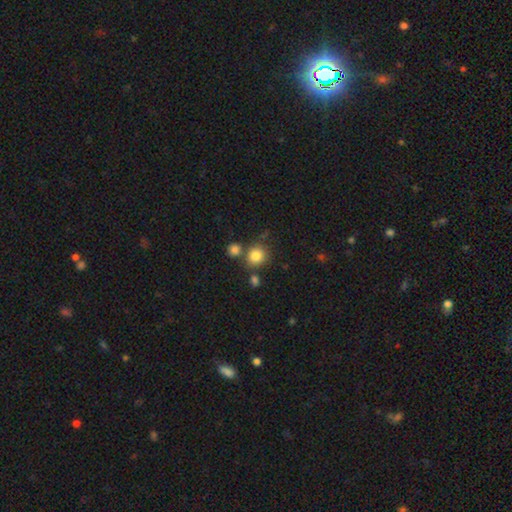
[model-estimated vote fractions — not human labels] smooth_or_featured: smooth (p=0.83) [alt: star or artifact p=0.11]
how_rounded: round (p=0.83) [alt: in between p=0.16]
merging: none (p=0.68) [alt: merger p=0.18]